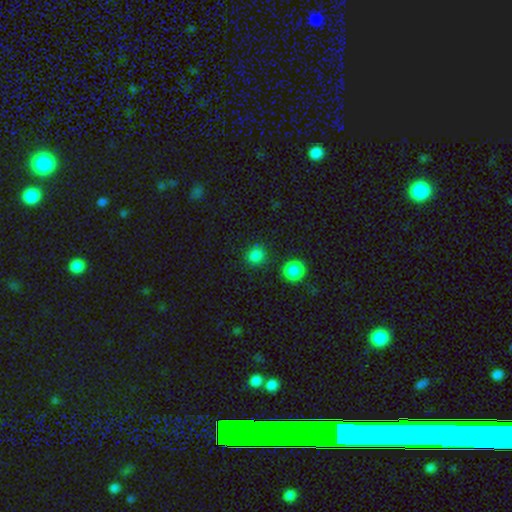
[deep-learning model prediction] The model was most divided on "how rounded": round: 82%, in between: 17%, cigar-shaped: 1%. More confident: merging — none (85%); smooth or featured — smooth (83%).